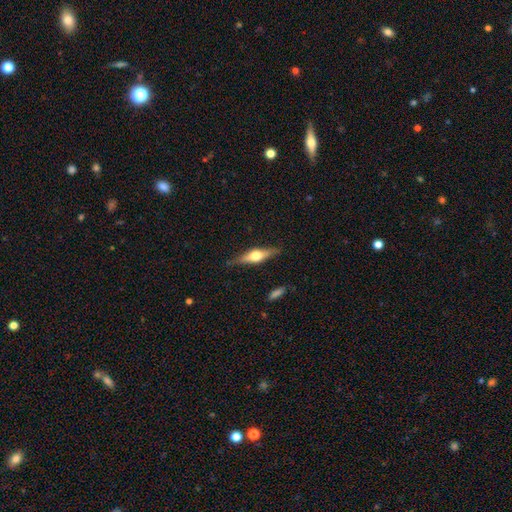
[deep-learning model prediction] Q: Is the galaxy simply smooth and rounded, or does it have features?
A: featured or disk — 64%.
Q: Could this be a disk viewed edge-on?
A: yes — 95%.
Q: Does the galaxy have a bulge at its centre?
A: rounded — 93%.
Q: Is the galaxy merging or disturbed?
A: none — 83%.